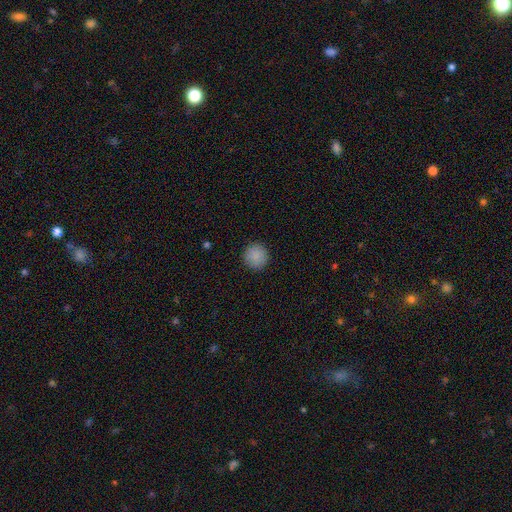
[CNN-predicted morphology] type=smooth (89%); roundness=round (94%); merging=none (91%).